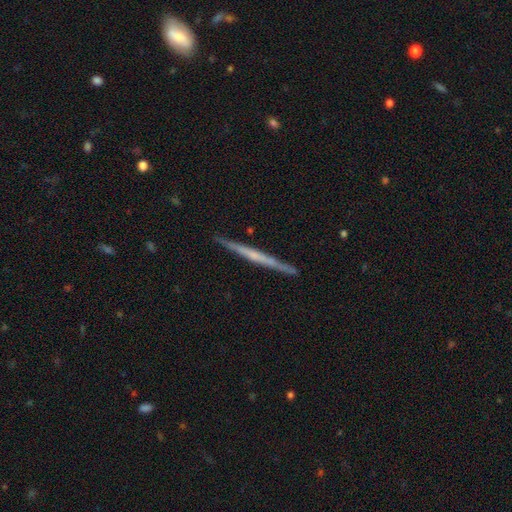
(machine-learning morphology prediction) Smooth or featured? featured or disk (64%)
Edge-on disk? yes (98%)
Edge-on bulge? none (75%)
Merging? none (91%)